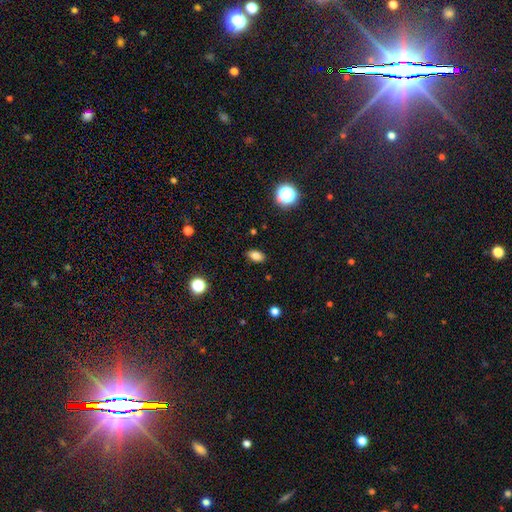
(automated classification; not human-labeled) A smooth galaxy with no disk features (82%) that is in between round and cigar-shaped (87%). Merging: none (88%).